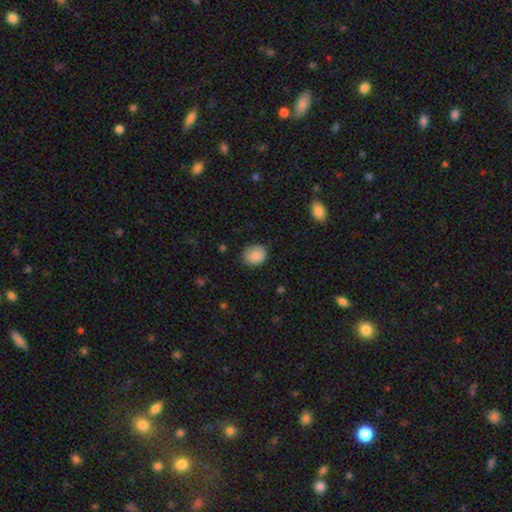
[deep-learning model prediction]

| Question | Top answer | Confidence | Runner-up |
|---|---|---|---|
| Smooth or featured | smooth | 87% | star or artifact (8%) |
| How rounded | round | 66% | in between (33%) |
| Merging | none | 81% | minor disturbance (15%) |